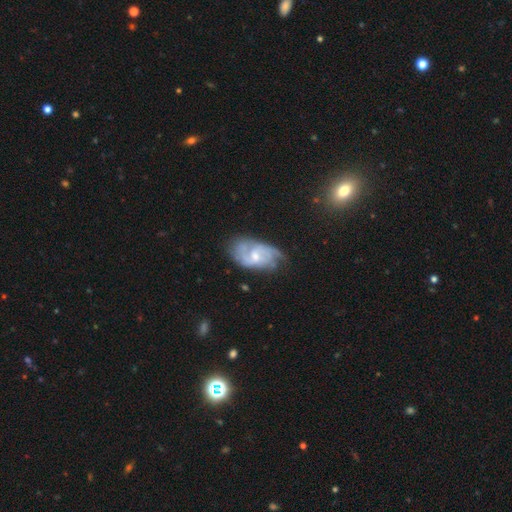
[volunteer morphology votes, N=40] smooth-or-featured: featured or disk: 80% | smooth: 18% | star or artifact: 2%
  disk-edge-on: no: 97% | yes: 3%
    bar: no: 52% | weak: 48% | strong: 0%
    has-spiral-arms: yes: 94% | no: 6%
      spiral-winding: tight: 48% | medium: 38% | loose: 14%
      spiral-arm-count: can't tell: 41% | 2: 24% | 3: 14% | 1: 10% | more than 4: 7% | 4: 3%
    bulge-size: small: 58% | moderate: 35% | large: 3% | none: 3% | dominant: 0%
  merging: none: 54% | minor disturbance: 26% | major disturbance: 18% | merger: 3%